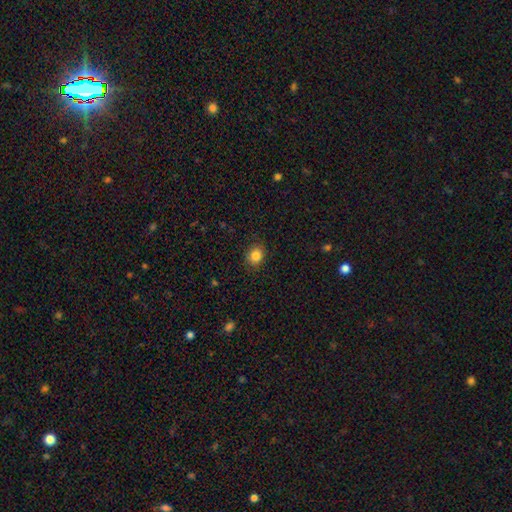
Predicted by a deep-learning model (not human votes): This is clearly a smooth galaxy (84%). How rounded: likely round (66%). Merging: clearly none (88%).